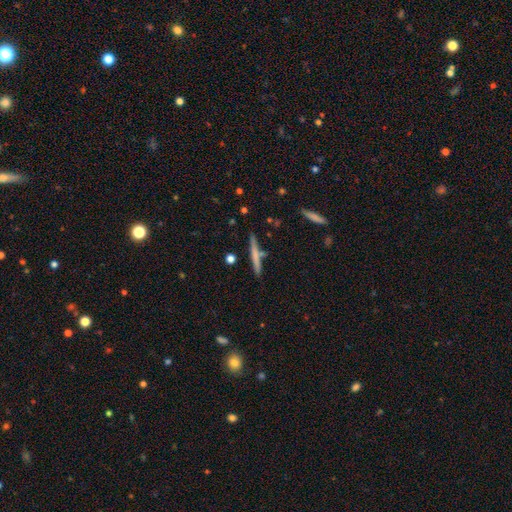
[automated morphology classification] type=smooth (58%); roundness=cigar-shaped (95%); merging=none (81%).